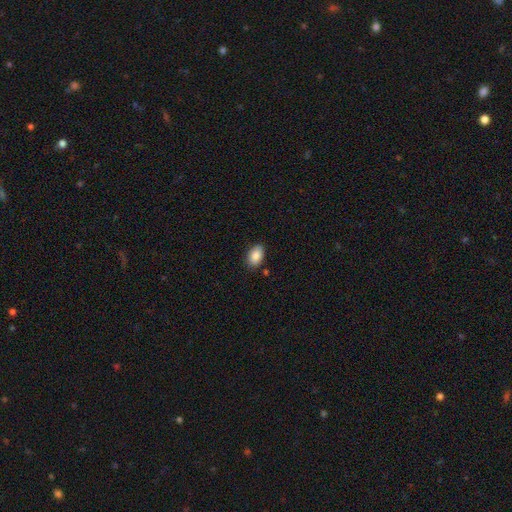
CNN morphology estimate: smooth-or-featured: smooth: 88% | star or artifact: 7% | featured or disk: 5%
  how-rounded: in between: 90% | round: 9% | cigar-shaped: 1%
  merging: none: 84% | minor disturbance: 12% | major disturbance: 2% | merger: 2%